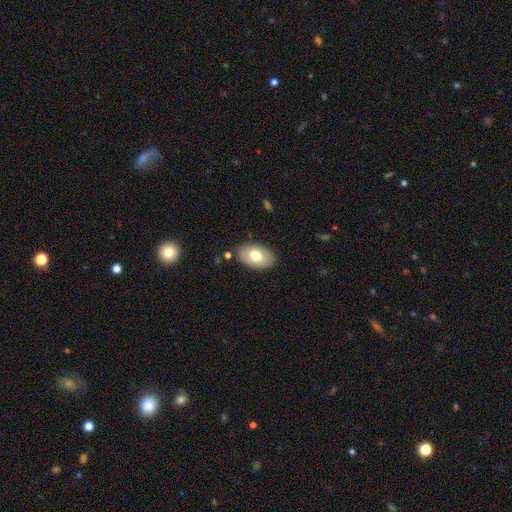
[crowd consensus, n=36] smooth-or-featured: smooth: 83% | featured or disk: 17% | star or artifact: 0%
  how-rounded: in between: 90% | round: 10% | cigar-shaped: 0%
  merging: none: 72% | minor disturbance: 19% | merger: 8% | major disturbance: 0%